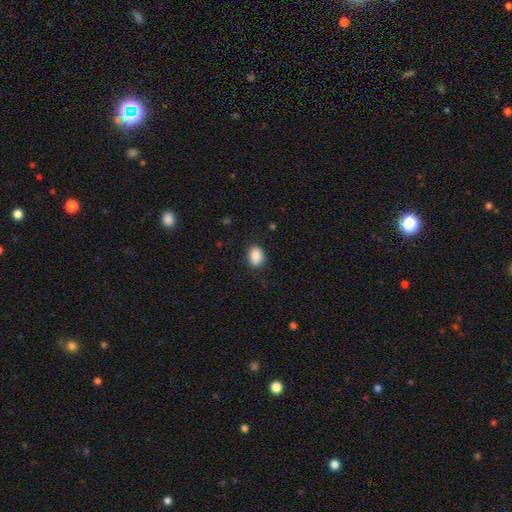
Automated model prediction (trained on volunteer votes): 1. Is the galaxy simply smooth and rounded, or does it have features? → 88% smooth, 8% star or artifact, 4% featured or disk.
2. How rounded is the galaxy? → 72% in between, 27% round, 1% cigar-shaped.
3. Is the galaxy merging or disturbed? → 86% none, 11% minor disturbance, 3% major disturbance, 1% merger.